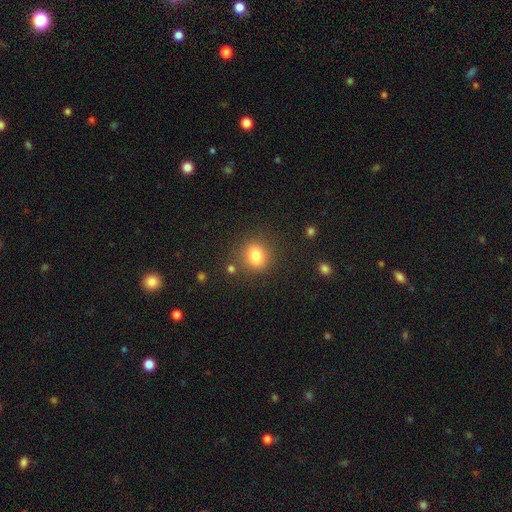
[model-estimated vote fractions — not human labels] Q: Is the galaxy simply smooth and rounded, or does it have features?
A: smooth — 82%.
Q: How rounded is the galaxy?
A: round — 74%.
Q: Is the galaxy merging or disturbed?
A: none — 82%.